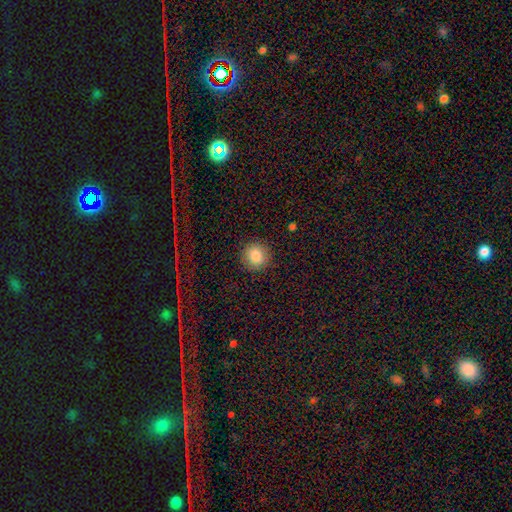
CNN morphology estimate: smooth_or_featured: smooth (p=0.85) [alt: star or artifact p=0.10]
how_rounded: round (p=0.91) [alt: in between p=0.08]
merging: none (p=0.90) [alt: minor disturbance p=0.07]